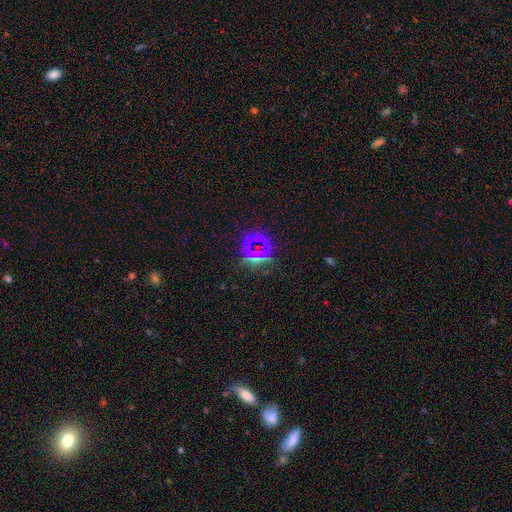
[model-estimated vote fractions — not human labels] Smooth or featured?
  - star or artifact: 73% *
  - smooth: 19%
  - featured or disk: 9%